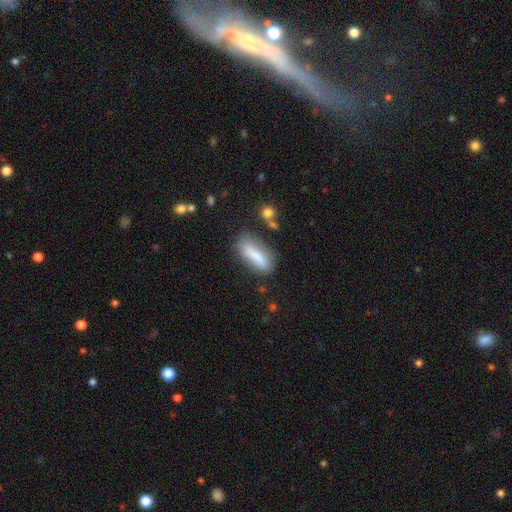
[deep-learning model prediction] Morphology: type=smooth (76%); roundness=in between (51%); merging=none (66%).